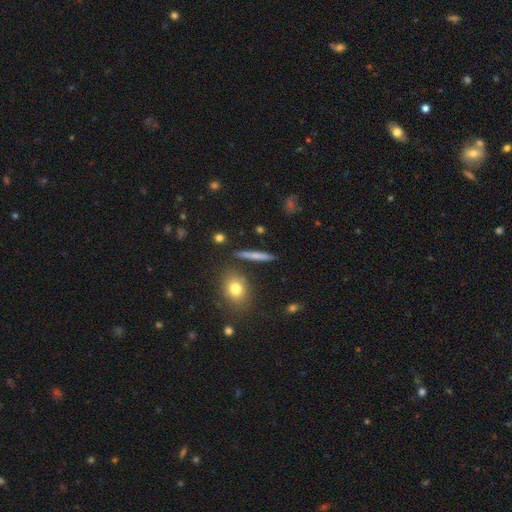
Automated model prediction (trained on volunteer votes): This appears to be a smooth galaxy with no disk features (61%) that is cigar-shaped (87%). Merging: none (88%).